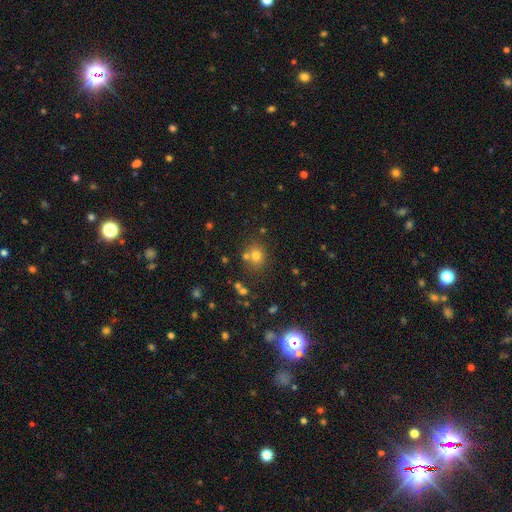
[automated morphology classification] Overall: smooth (71%). How rounded: round (78%). Merging: none (67%).